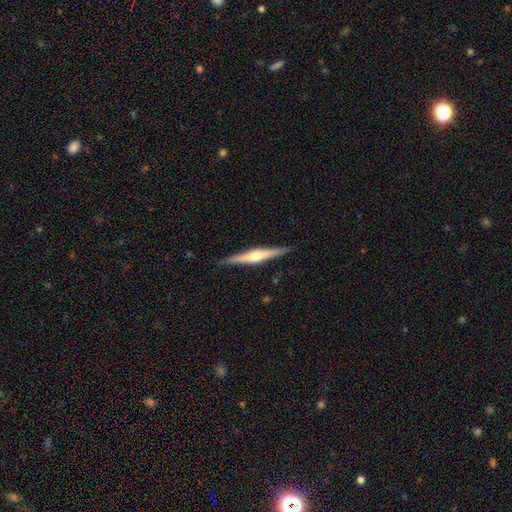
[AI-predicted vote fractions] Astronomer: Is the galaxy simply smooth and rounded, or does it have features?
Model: featured or disk — 75%.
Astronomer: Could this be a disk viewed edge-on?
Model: yes — 98%.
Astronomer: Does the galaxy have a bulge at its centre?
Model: rounded — 90%.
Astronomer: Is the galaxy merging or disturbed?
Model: none — 90%.